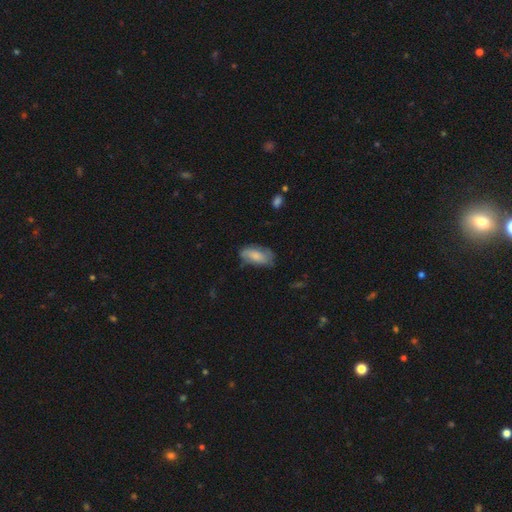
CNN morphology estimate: Smooth or featured?
  - smooth: 73% *
  - featured or disk: 20%
  - star or artifact: 6%
How rounded?
  - in between: 90% *
  - cigar-shaped: 8%
  - round: 3%
Merging?
  - none: 62% *
  - minor disturbance: 29%
  - major disturbance: 7%
  - merger: 2%